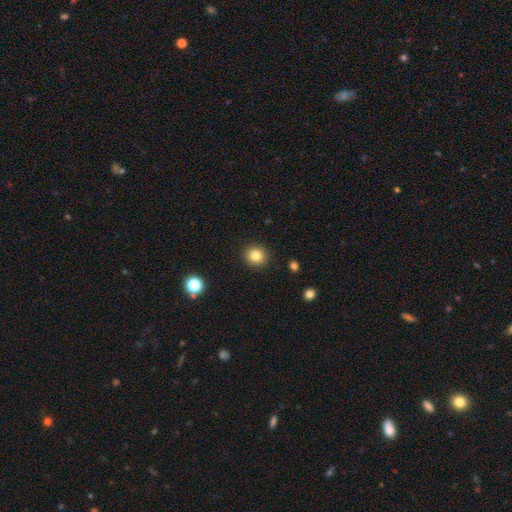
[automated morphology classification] Q: Smooth or featured?
A: smooth (83%); runner-up: star or artifact (11%)
Q: How rounded?
A: round (91%); runner-up: in between (8%)
Q: Merging?
A: none (92%); runner-up: minor disturbance (5%)